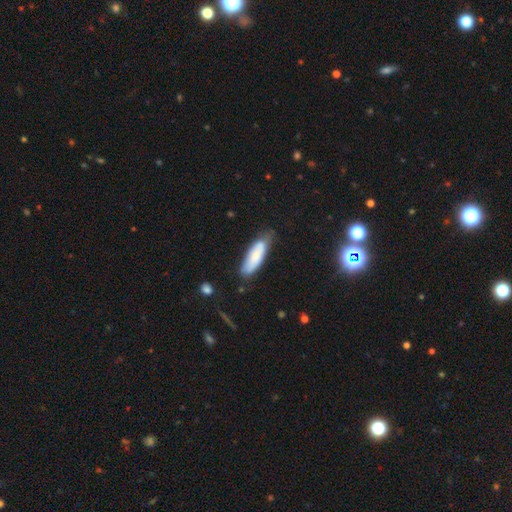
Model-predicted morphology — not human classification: smooth 70%, featured or disk 24%, star or artifact 6%. Down the decision tree: how rounded — in between (53%); merging — none (64%).